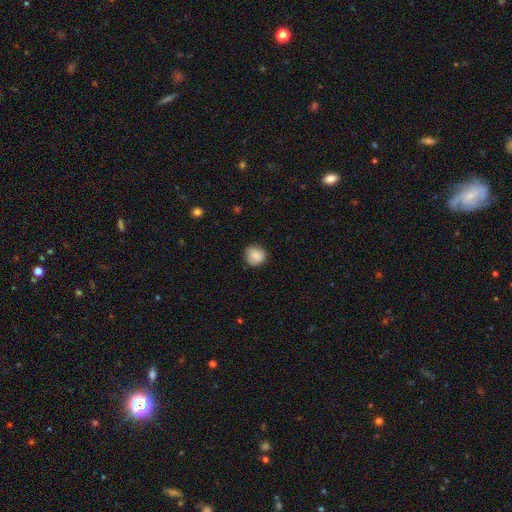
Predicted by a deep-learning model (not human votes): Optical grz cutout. It shows a smooth galaxy with no disk features (85%) that is round (84%). Merging: none (79%).